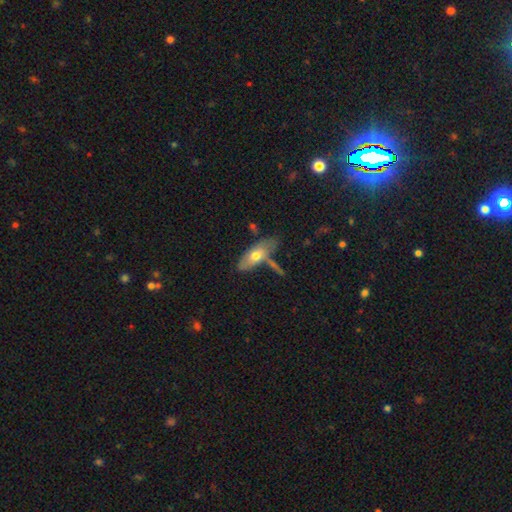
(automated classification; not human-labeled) smooth_or_featured: smooth (p=0.61) [alt: featured or disk p=0.33]
how_rounded: in between (p=0.75) [alt: cigar-shaped p=0.22]
merging: none (p=0.57) [alt: minor disturbance p=0.19]